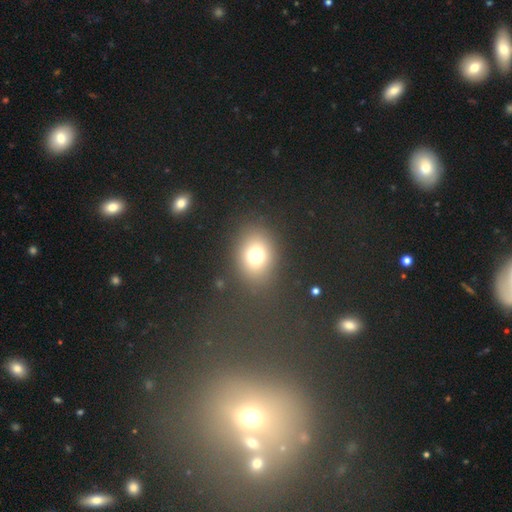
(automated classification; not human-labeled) smooth_or_featured: smooth (p=0.73) [alt: star or artifact p=0.16]
how_rounded: round (p=0.52) [alt: in between p=0.47]
merging: none (p=0.82) [alt: minor disturbance p=0.10]